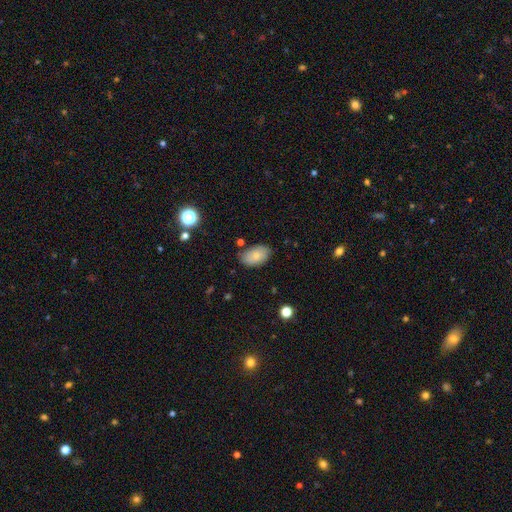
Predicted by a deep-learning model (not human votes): Overall: smooth (76%). How rounded: in between (91%). Merging: none (80%).